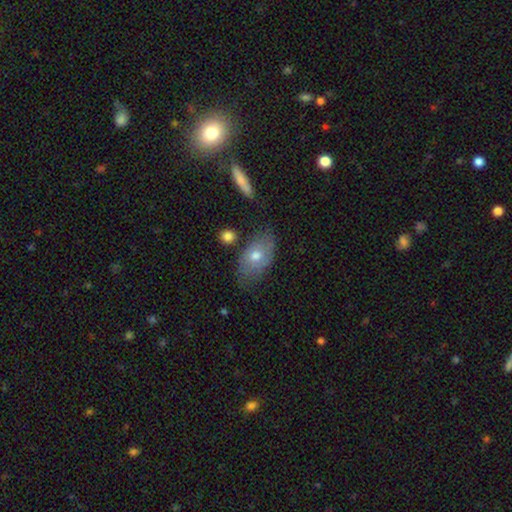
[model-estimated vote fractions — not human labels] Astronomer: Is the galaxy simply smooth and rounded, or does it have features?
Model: smooth — 59%.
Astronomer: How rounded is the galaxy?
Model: in between — 88%.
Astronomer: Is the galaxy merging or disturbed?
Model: none — 70%.